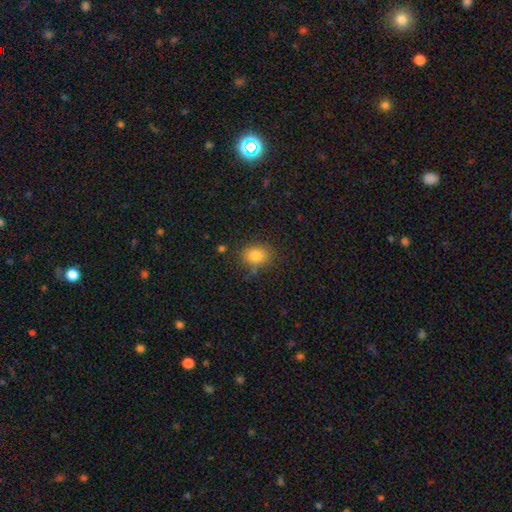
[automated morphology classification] type=smooth (82%); roundness=in between (58%); merging=none (76%).